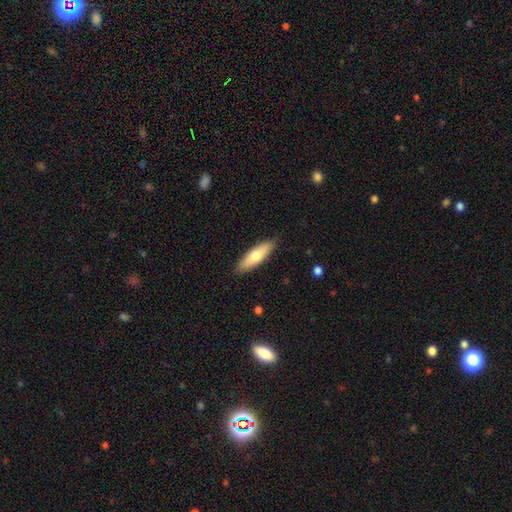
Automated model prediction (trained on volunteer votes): A smooth galaxy with no disk features (68%) that is cigar-shaped (60%).

Vote fractions:
- Smooth or featured? smooth: 68% / featured or disk: 26% / star or artifact: 6%
- How rounded? cigar-shaped: 60% / in between: 38% / round: 2%
- Merging? none: 89% / minor disturbance: 9% / major disturbance: 2% / merger: 1%